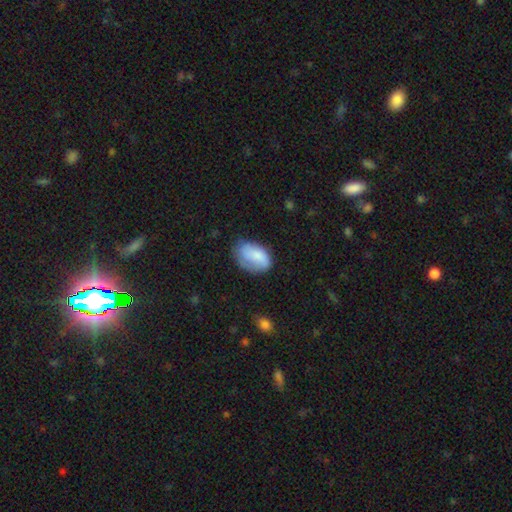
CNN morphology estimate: Smooth or featured? smooth (75%)
How rounded? in between (89%)
Merging? none (52%)